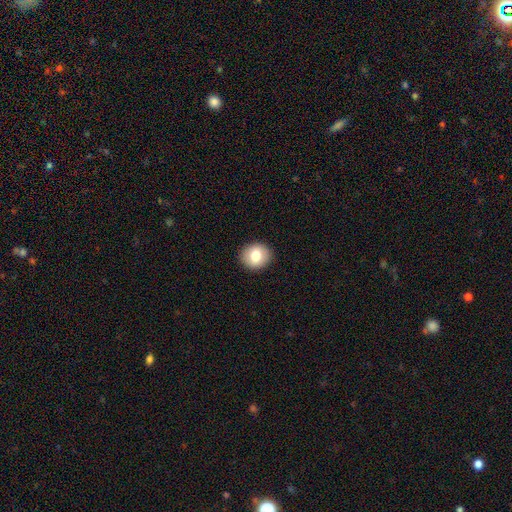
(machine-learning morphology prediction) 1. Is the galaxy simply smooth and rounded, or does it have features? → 77% smooth, 14% featured or disk, 8% star or artifact.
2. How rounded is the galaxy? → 75% round, 24% in between, 1% cigar-shaped.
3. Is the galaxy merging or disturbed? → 91% none, 6% minor disturbance, 2% major disturbance, 1% merger.